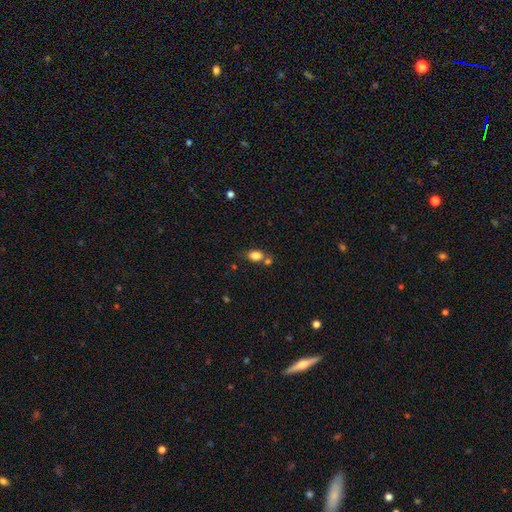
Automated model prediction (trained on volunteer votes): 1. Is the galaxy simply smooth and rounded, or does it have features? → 82% smooth, 10% star or artifact, 8% featured or disk.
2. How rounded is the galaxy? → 74% in between, 24% round, 2% cigar-shaped.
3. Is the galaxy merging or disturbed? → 56% none, 25% merger, 14% minor disturbance, 5% major disturbance.